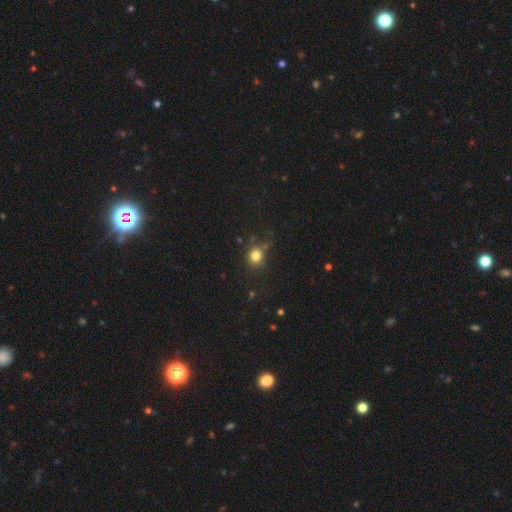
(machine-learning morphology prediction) Overall: smooth (79%). How rounded: round (80%). Merging: none (74%).